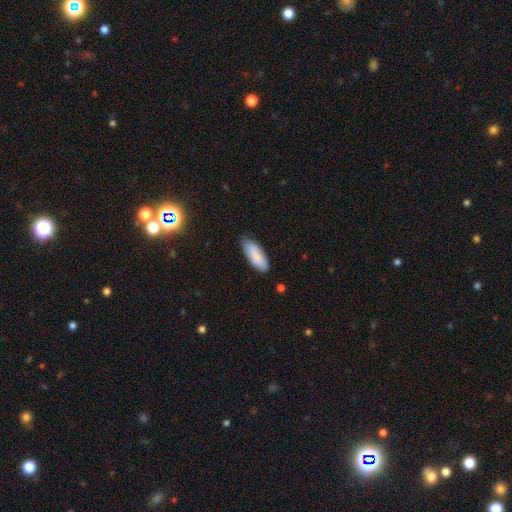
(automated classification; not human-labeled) Smooth or featured? smooth (86%)
How rounded? in between (73%)
Merging? none (74%)